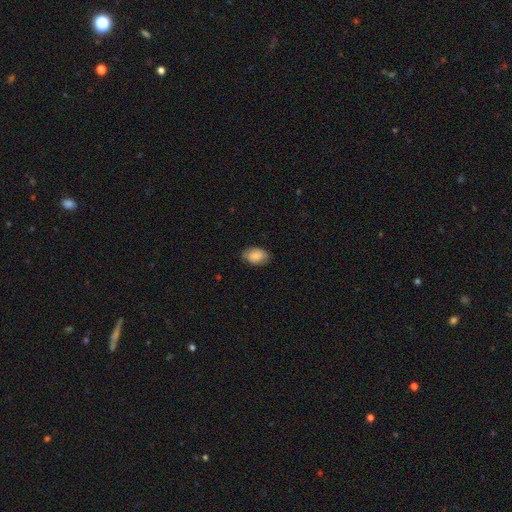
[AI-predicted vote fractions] Smooth or featured? Predicted: smooth (p=0.70). How rounded? Predicted: in between (p=0.83). Merging? Predicted: none (p=0.73).